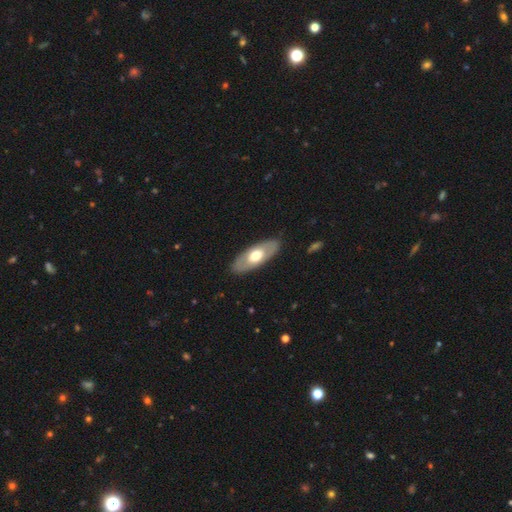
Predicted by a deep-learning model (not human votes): Smooth or featured: smooth — 51% (featured or disk — 45%)
How rounded: in between — 84% (cigar-shaped — 13%)
Merging: none — 87% (minor disturbance — 9%)